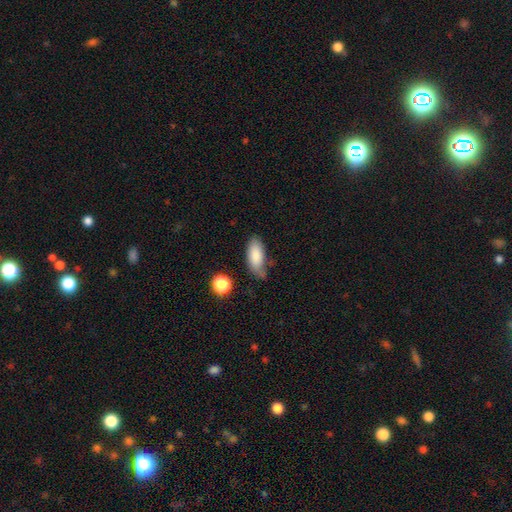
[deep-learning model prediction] Smooth or featured? smooth (83%)
How rounded? in between (85%)
Merging? none (55%)